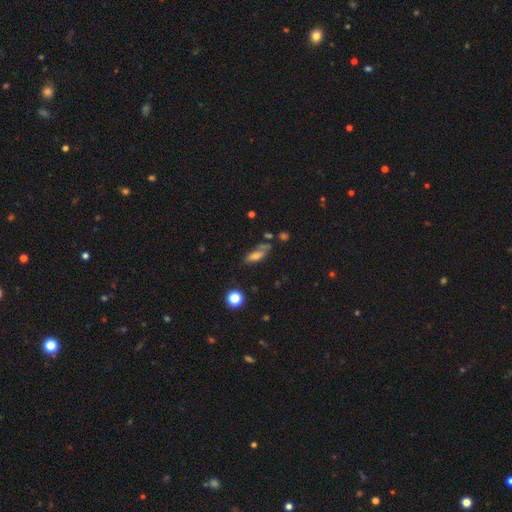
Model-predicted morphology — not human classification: Overall: smooth (62%; featured or disk 25%). How rounded: in between (69%). Merging: none (47%; minor disturbance 27%).